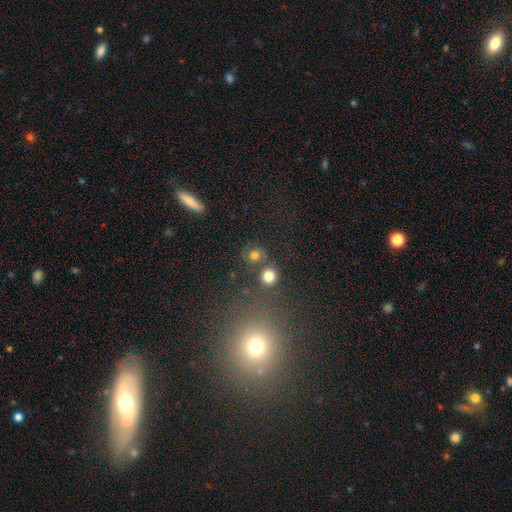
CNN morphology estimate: smooth_or_featured: smooth (p=0.76) [alt: star or artifact p=0.15]
how_rounded: round (p=0.88) [alt: in between p=0.11]
merging: none (p=0.70) [alt: merger p=0.17]